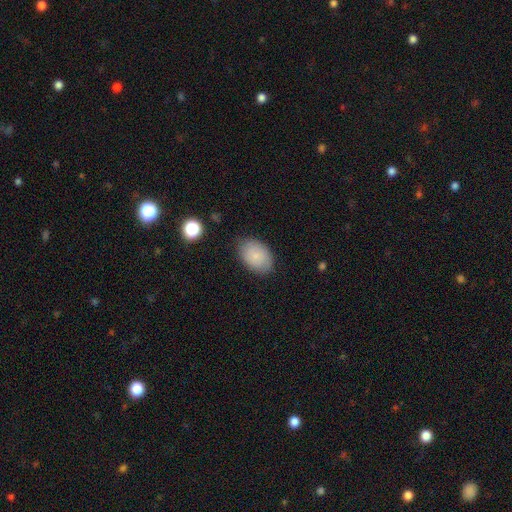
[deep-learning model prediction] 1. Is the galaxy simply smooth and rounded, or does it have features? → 79% smooth, 13% featured or disk, 8% star or artifact.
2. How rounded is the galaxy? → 84% in between, 15% round, 1% cigar-shaped.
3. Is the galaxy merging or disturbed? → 77% none, 18% minor disturbance, 4% major disturbance, 1% merger.